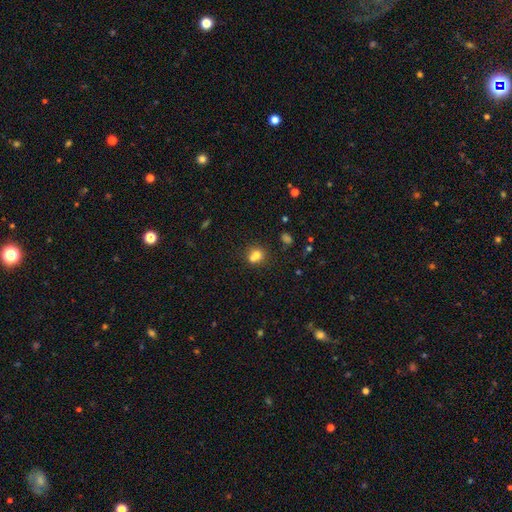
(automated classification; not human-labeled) smooth 70%, featured or disk 16%, star or artifact 14%. Down the decision tree: how rounded — round (72%); merging — merger (49%).